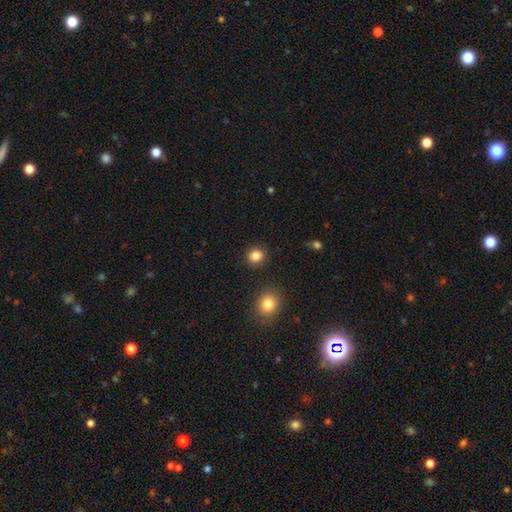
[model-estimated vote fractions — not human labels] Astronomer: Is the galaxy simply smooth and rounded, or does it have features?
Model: smooth — 84%.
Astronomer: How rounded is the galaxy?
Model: round — 86%.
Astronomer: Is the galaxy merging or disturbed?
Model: none — 90%.